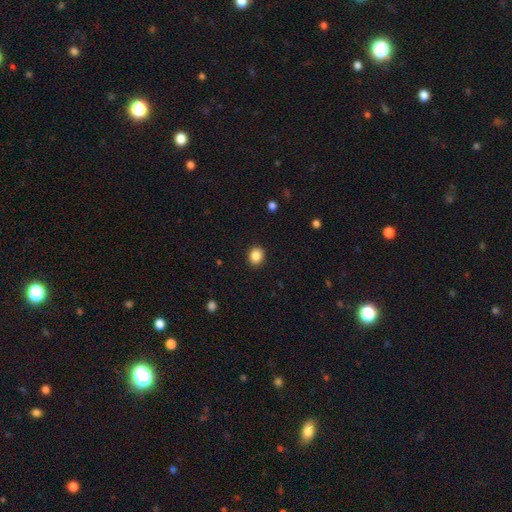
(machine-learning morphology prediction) Smooth or featured? smooth (87%)
How rounded? round (66%)
Merging? none (90%)